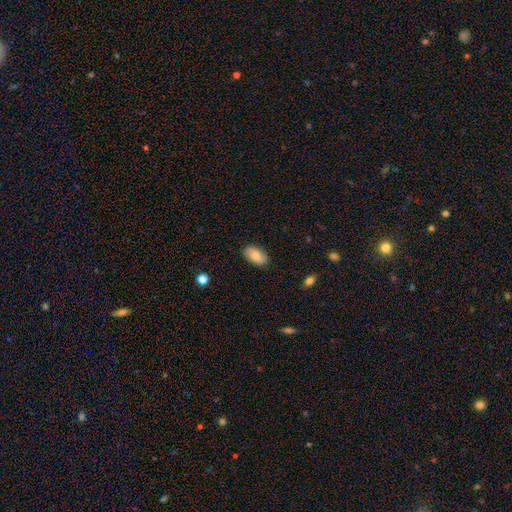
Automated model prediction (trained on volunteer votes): Q: Smooth or featured?
A: smooth (76%); runner-up: featured or disk (18%)
Q: How rounded?
A: in between (93%); runner-up: round (6%)
Q: Merging?
A: none (85%); runner-up: minor disturbance (12%)